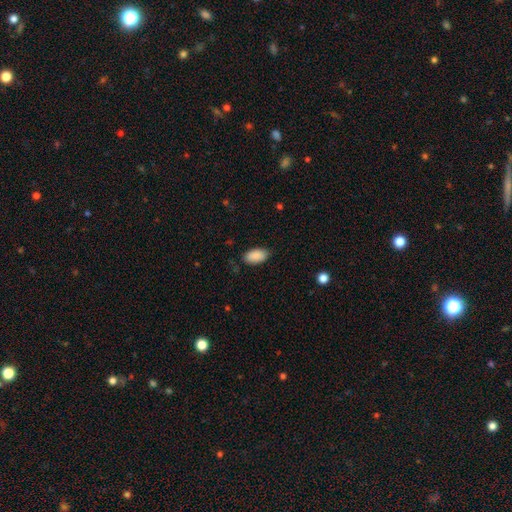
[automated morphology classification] The model was most divided on "merging": none: 84%, minor disturbance: 12%, major disturbance: 3%, merger: 1%. More confident: how rounded — in between (94%); smooth or featured — smooth (90%).